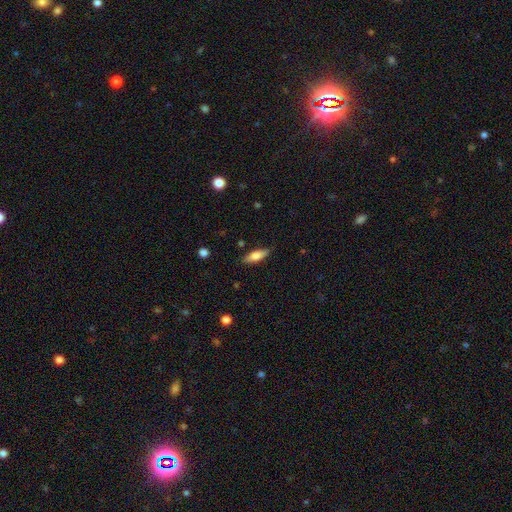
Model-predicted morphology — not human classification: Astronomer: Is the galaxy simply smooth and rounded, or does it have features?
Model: smooth — 69%.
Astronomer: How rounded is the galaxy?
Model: in between — 58% (runner-up: cigar-shaped, 40%).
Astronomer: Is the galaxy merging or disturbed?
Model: none — 86%.